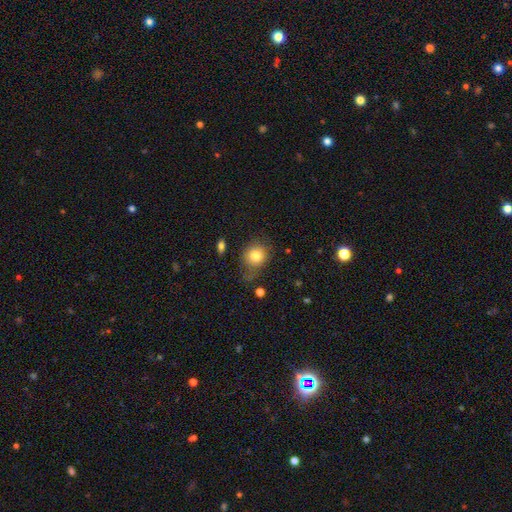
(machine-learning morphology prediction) Smooth or featured? Predicted: smooth (p=0.80). How rounded? Predicted: round (p=0.78). Merging? Predicted: none (p=0.62).